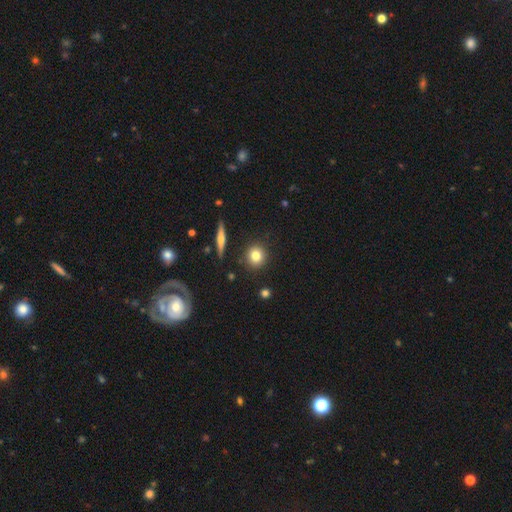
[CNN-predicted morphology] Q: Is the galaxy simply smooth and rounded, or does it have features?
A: smooth — 80%.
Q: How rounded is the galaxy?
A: round — 86%.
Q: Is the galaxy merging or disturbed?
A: none — 88%.